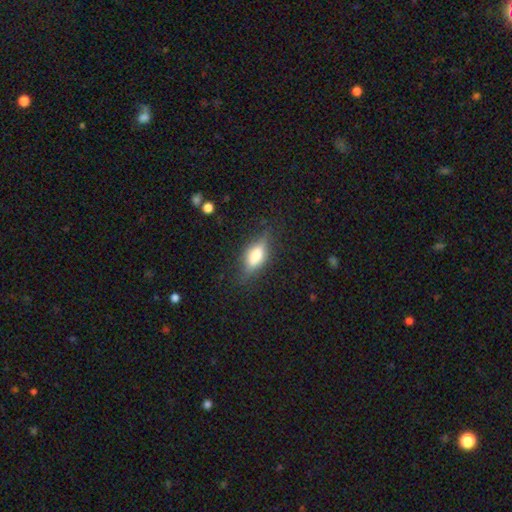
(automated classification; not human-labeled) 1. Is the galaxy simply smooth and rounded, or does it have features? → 53% smooth, 37% featured or disk, 10% star or artifact.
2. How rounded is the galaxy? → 67% in between, 28% cigar-shaped, 5% round.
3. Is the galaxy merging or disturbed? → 74% none, 18% minor disturbance, 6% major disturbance, 1% merger.